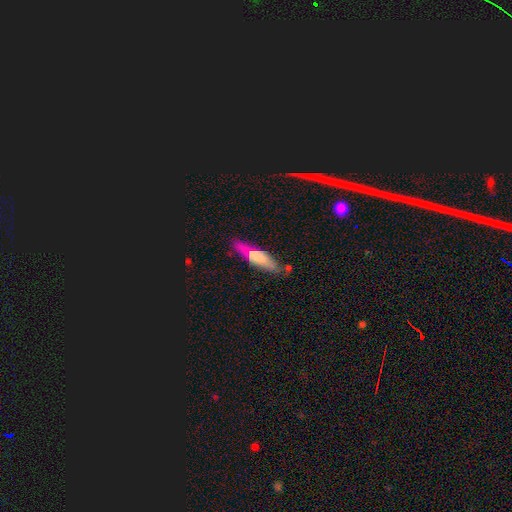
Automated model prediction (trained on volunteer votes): Morphology: type=smooth (65%); roundness=cigar-shaped (69%); merging=none (69%).